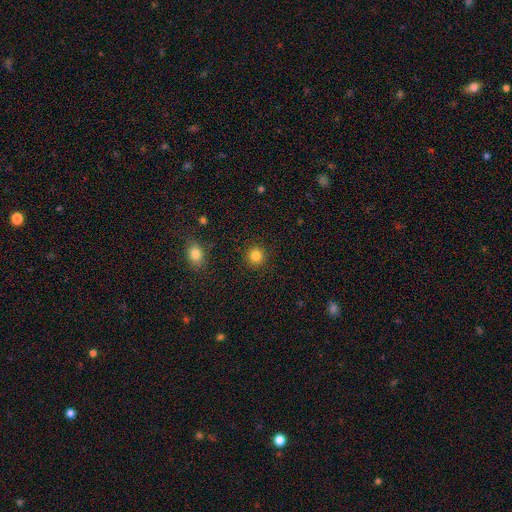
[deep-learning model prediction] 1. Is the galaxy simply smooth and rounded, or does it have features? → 84% smooth, 12% star or artifact, 5% featured or disk.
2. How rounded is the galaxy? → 92% round, 7% in between, 1% cigar-shaped.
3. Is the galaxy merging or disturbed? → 91% none, 6% minor disturbance, 2% major disturbance, 1% merger.